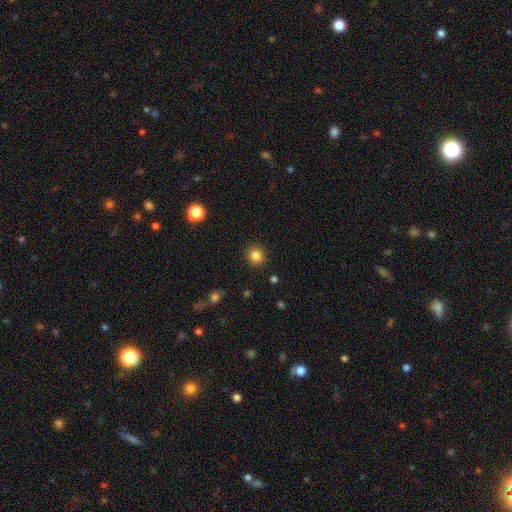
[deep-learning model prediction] smooth 83%, star or artifact 12%, featured or disk 5%. Down the decision tree: how rounded — round (87%); merging — none (91%).